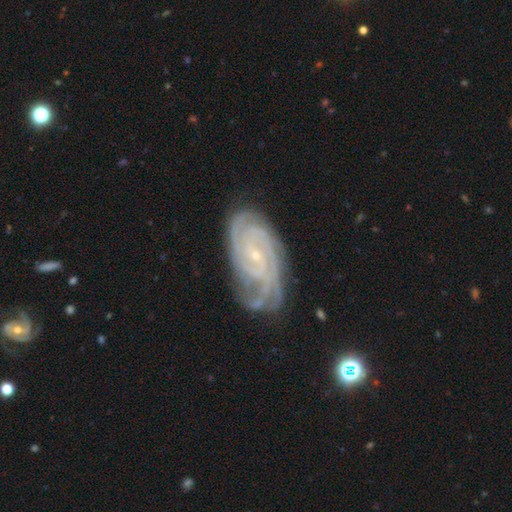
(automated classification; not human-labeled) Morphology: type=featured or disk (88%); edge-on=no (96%); bar=no (57%); spiral arms=yes (98%); winding=tight (77%); arm count=4 (26%); bulge=small (83%); merging=none (70%).